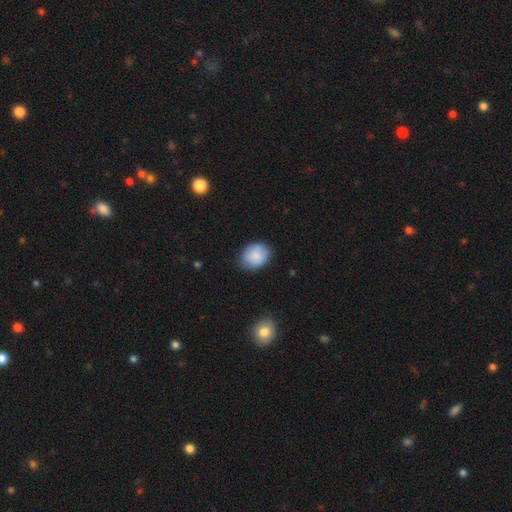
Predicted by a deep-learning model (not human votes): smooth 83%, featured or disk 10%, star or artifact 7%. Down the decision tree: how rounded — round (50%); merging — none (76%).